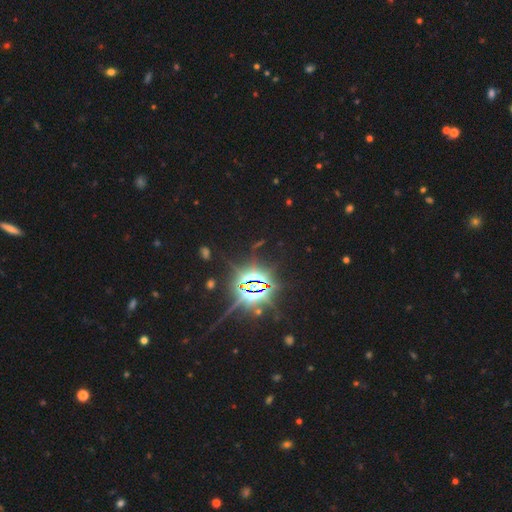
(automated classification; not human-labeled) This is clearly a star or artifact rather than a galaxy (88%).